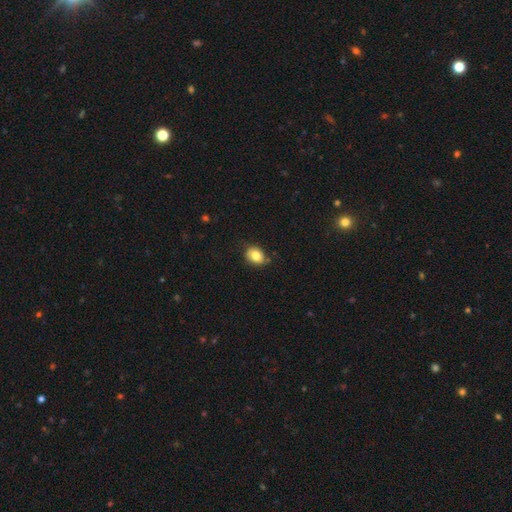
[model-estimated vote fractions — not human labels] Overall: smooth (78%). How rounded: in between (57%; round 42%). Merging: none (72%).